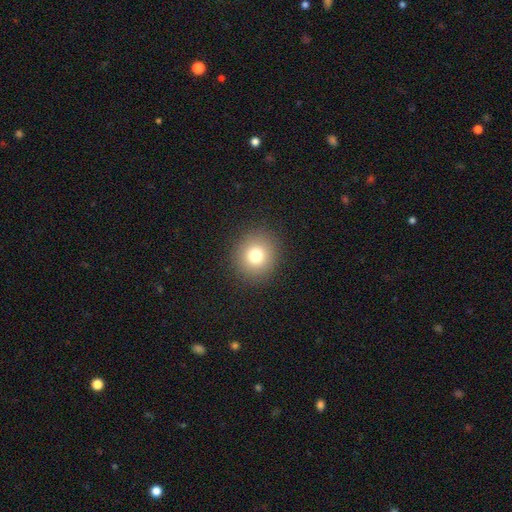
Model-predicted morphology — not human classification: A smooth galaxy with no disk features (77%) that is round (90%). Merging: none (91%).